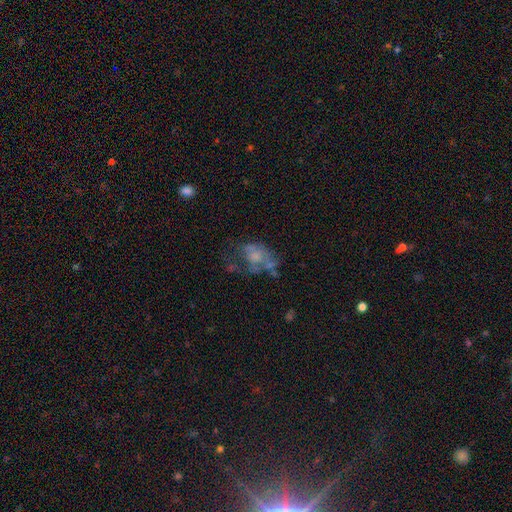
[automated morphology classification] The model was most divided on "smooth or featured": featured or disk: 45%, smooth: 43%, star or artifact: 12%. Remaining: merging — major disturbance (34%).